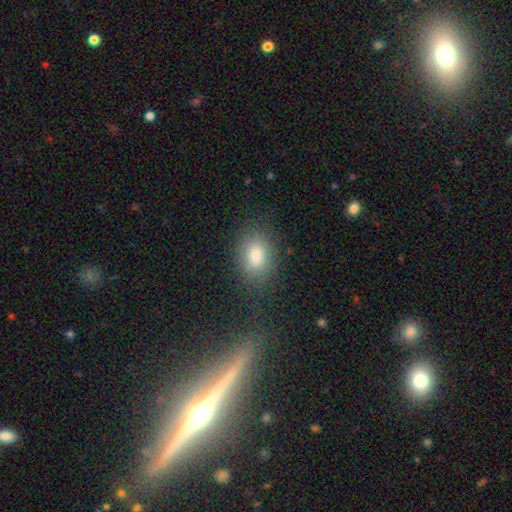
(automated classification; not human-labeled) The model was most divided on "how rounded": in between: 76%, round: 23%, cigar-shaped: 2%. More confident: smooth or featured — smooth (83%); merging — none (80%).